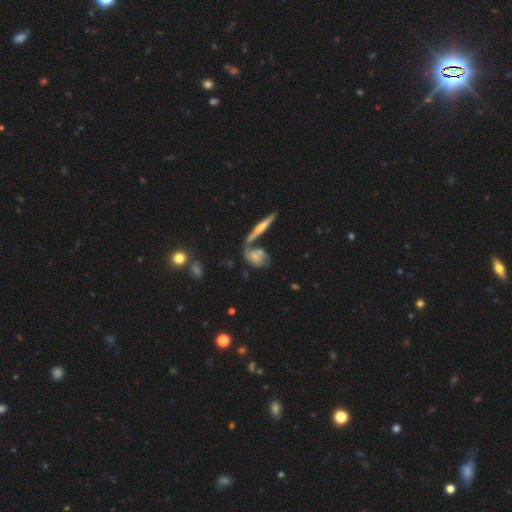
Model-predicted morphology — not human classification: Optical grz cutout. It shows a featured or disk galaxy (53%). Merging: none (41%).